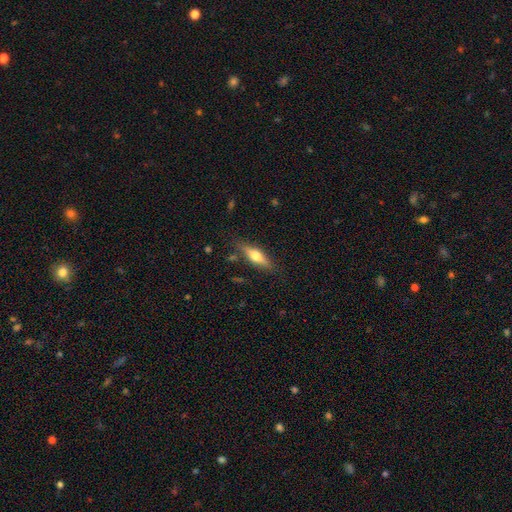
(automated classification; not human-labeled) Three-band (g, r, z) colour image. It shows a featured or disk galaxy (47%). Merging: none (82%).